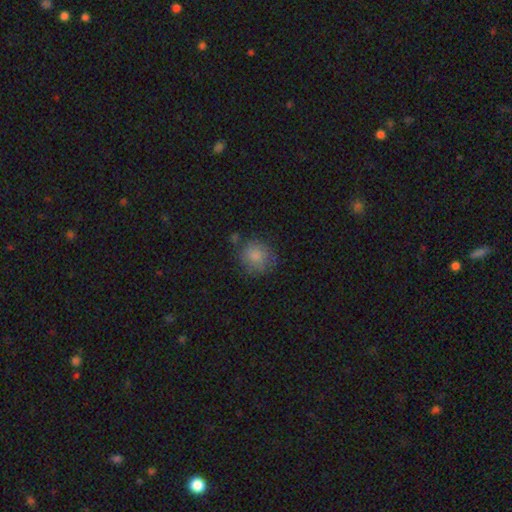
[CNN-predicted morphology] A smooth galaxy with no disk features (81%) that is round (83%).

Vote fractions:
- Smooth or featured? smooth: 81% / featured or disk: 10% / star or artifact: 9%
- How rounded? round: 83% / in between: 16% / cigar-shaped: 1%
- Merging? none: 69% / minor disturbance: 20% / major disturbance: 7% / merger: 4%